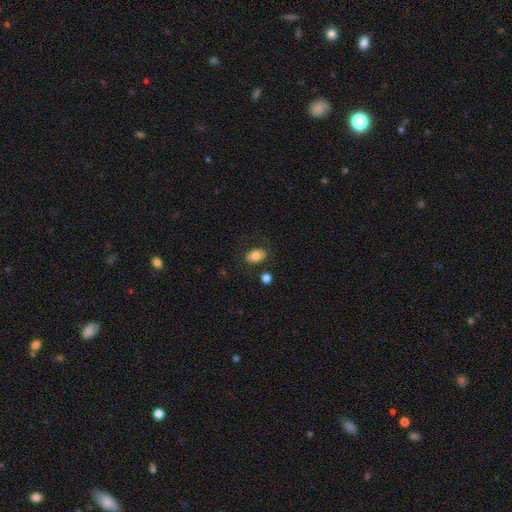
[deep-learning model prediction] Smooth or featured? smooth (77%)
How rounded? in between (82%)
Merging? none (79%)